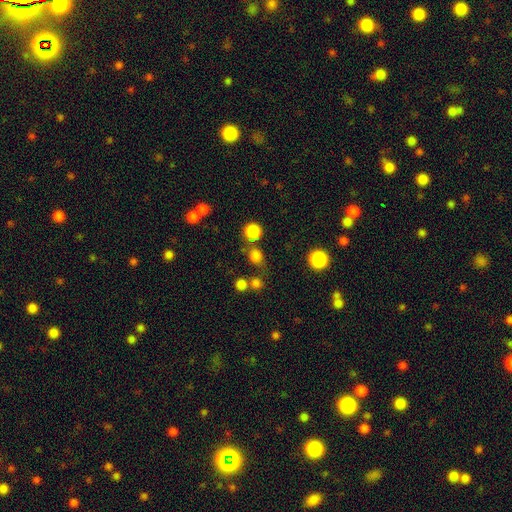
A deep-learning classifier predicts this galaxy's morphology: smooth-or-featured: smooth: 77% | star or artifact: 17% | featured or disk: 6%
  how-rounded: round: 81% | in between: 18% | cigar-shaped: 1%
  merging: none: 68% | merger: 15% | minor disturbance: 11% | major disturbance: 5%